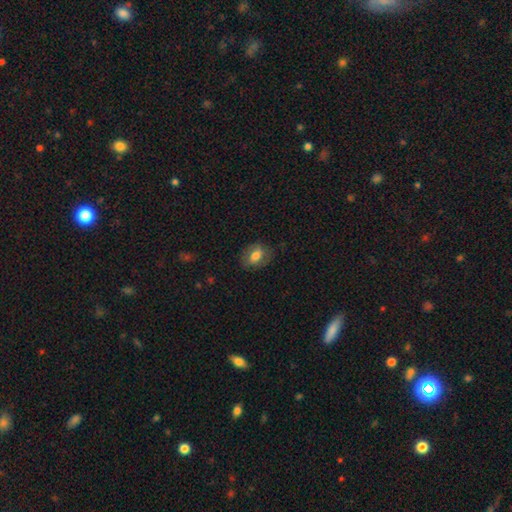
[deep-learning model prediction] Smooth or featured: smooth — 66% (featured or disk — 26%)
How rounded: in between — 74% (round — 24%)
Merging: none — 71% (minor disturbance — 20%)